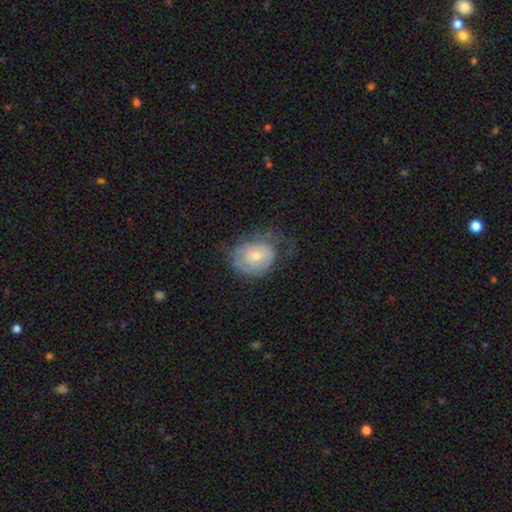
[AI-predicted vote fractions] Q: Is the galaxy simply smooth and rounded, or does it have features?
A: smooth — 50%.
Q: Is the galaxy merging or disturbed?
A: none — 43%.